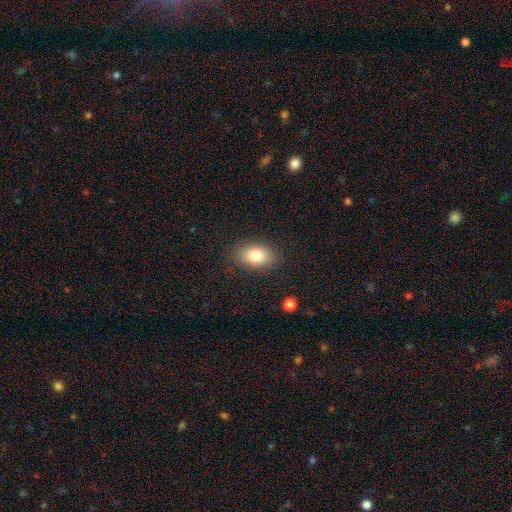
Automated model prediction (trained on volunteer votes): A smooth galaxy with no disk features (82%) that is in between round and cigar-shaped (85%).

Vote fractions:
- Smooth or featured? smooth: 82% / featured or disk: 10% / star or artifact: 8%
- How rounded? in between: 85% / round: 14% / cigar-shaped: 1%
- Merging? none: 85% / minor disturbance: 11% / major disturbance: 3% / merger: 1%